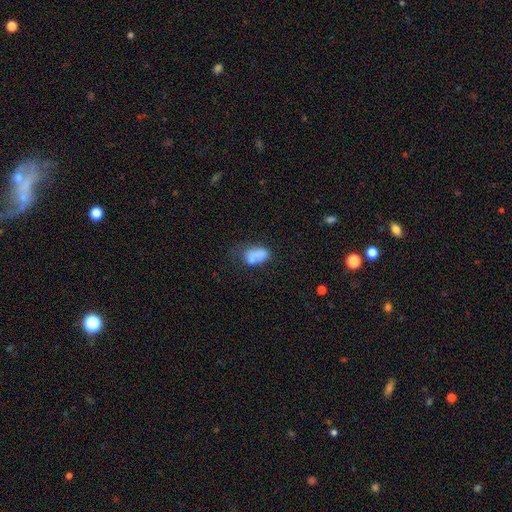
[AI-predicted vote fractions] This appears to be a smooth galaxy with no disk features (72%) that is in between round and cigar-shaped (87%). Merging: none (33%).